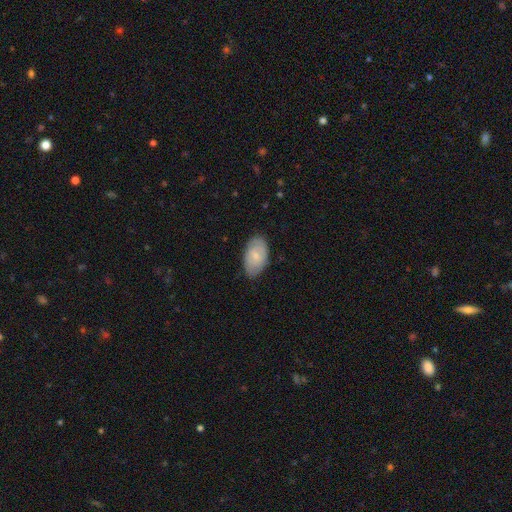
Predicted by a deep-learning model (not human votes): The model was most divided on "smooth or featured": smooth: 58%, featured or disk: 36%, star or artifact: 6%. More confident: how rounded — in between (92%); merging — none (78%).